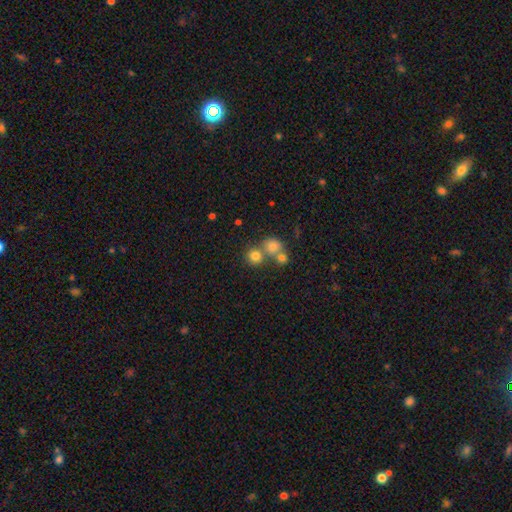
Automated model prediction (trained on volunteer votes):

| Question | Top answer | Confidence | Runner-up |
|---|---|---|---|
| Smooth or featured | smooth | 75% | star or artifact (15%) |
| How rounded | round | 88% | in between (11%) |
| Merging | none | 57% | merger (32%) |